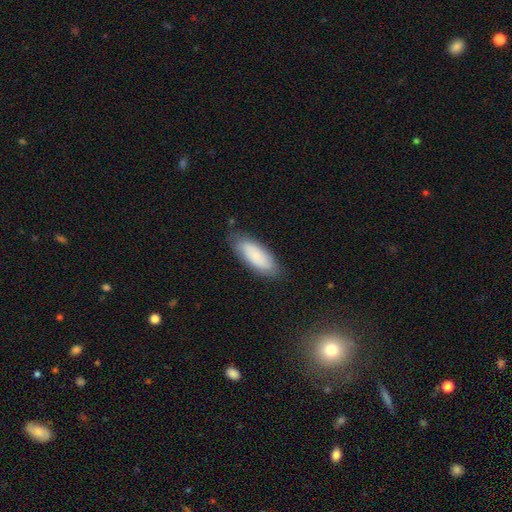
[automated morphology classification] Smooth or featured? smooth (75%)
How rounded? in between (74%)
Merging? none (78%)